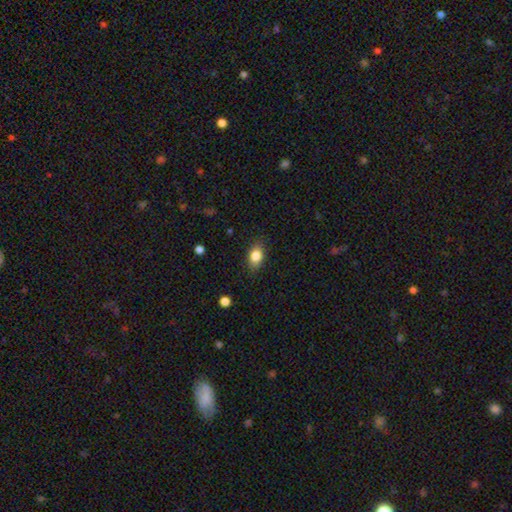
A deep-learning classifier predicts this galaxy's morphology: smooth_or_featured: smooth (p=0.83) [alt: star or artifact p=0.08]
how_rounded: in between (p=0.80) [alt: round p=0.17]
merging: none (p=0.84) [alt: minor disturbance p=0.13]